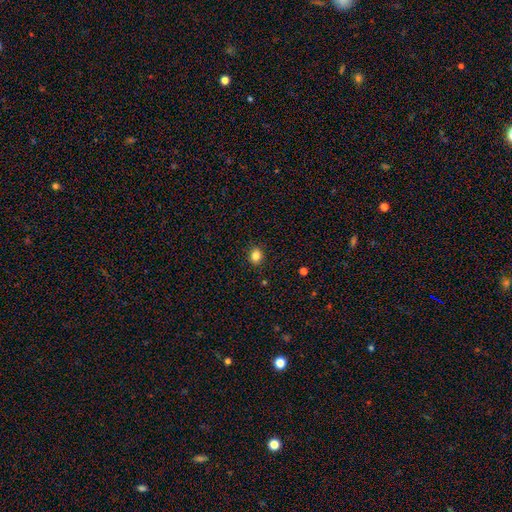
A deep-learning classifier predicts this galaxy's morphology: Smooth or featured? smooth (84%)
How rounded? round (56%)
Merging? none (89%)